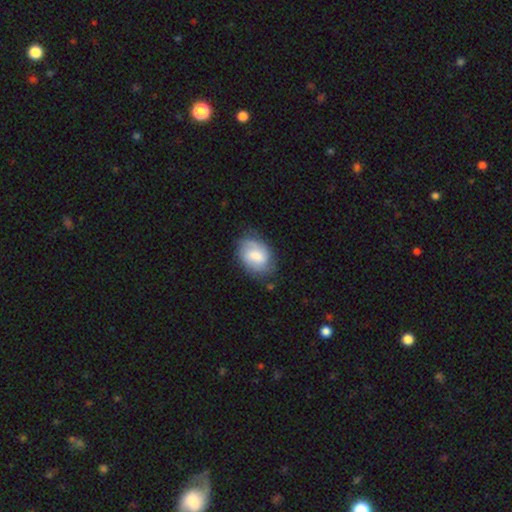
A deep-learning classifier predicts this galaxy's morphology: smooth-or-featured: smooth: 60% | featured or disk: 33% | star or artifact: 7%
  how-rounded: in between: 74% | round: 24% | cigar-shaped: 1%
  merging: none: 66% | minor disturbance: 24% | major disturbance: 8% | merger: 2%